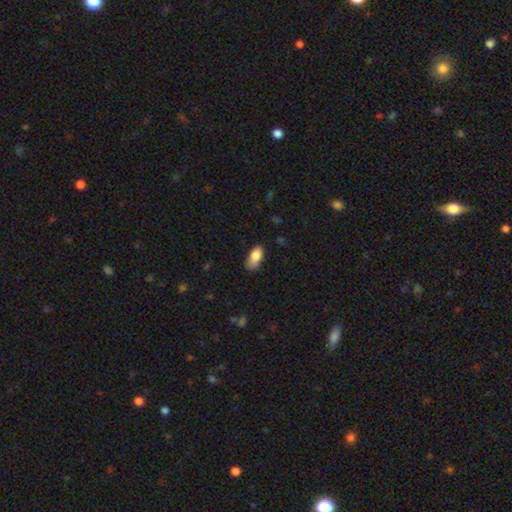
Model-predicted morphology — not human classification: A smooth galaxy with no disk features (84%) that is in between round and cigar-shaped (89%).

Vote fractions:
- Smooth or featured? smooth: 84% / featured or disk: 9% / star or artifact: 7%
- How rounded? in between: 89% / cigar-shaped: 8% / round: 3%
- Merging? none: 64% / minor disturbance: 28% / major disturbance: 6% / merger: 2%